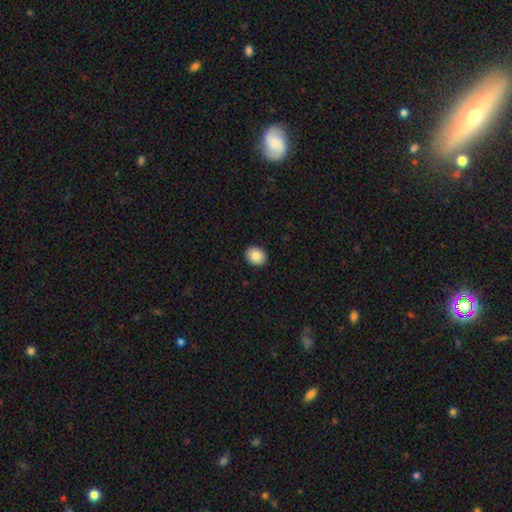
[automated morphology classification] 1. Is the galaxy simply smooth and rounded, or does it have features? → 86% smooth, 8% star or artifact, 6% featured or disk.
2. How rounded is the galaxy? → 56% round, 43% in between, 1% cigar-shaped.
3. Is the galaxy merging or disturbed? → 92% none, 6% minor disturbance, 2% major disturbance, 1% merger.